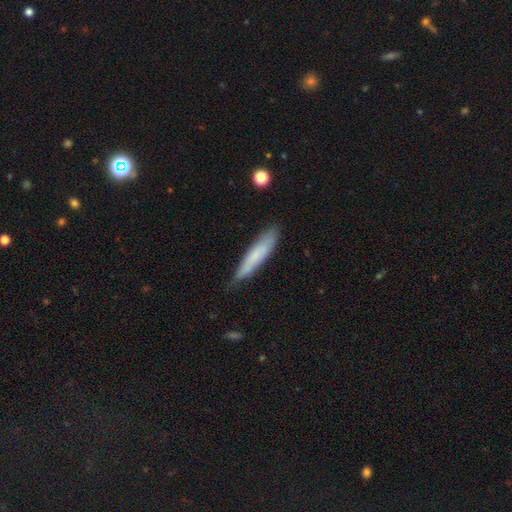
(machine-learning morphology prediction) Q: Smooth or featured?
A: smooth (70%); runner-up: featured or disk (24%)
Q: How rounded?
A: cigar-shaped (84%); runner-up: in between (15%)
Q: Merging?
A: none (73%); runner-up: minor disturbance (21%)